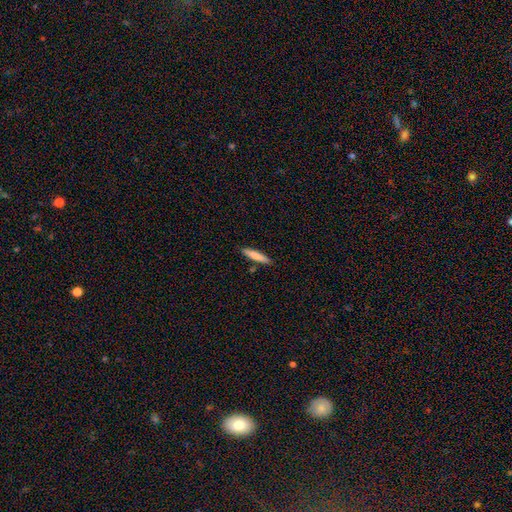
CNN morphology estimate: This appears to be a smooth galaxy with no disk features (80%) that is cigar-shaped (89%). Merging: none (85%).